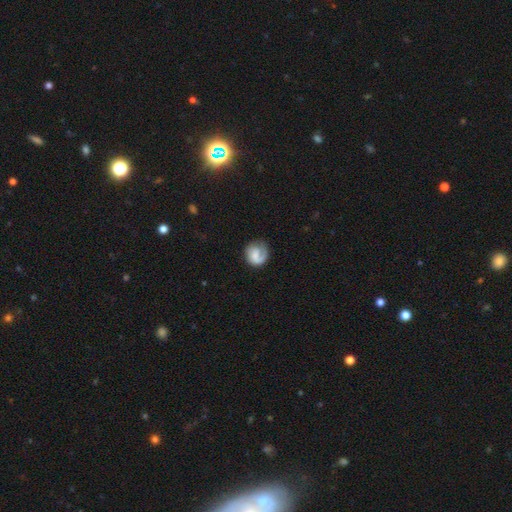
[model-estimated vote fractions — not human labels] Overall: featured or disk (54%; smooth 39%). Edge-on disk: no (98%). Bar: no (54%; weak 38%). Spiral arms: yes (86%). Bulge size: none (34%; small 33%). Merging: none (64%).